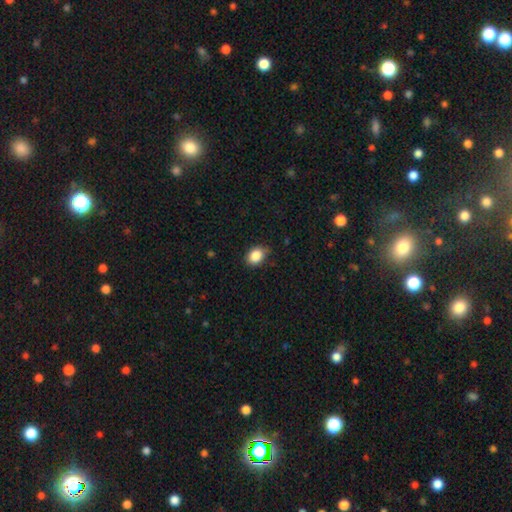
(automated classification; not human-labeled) Smooth or featured? smooth (87%)
How rounded? in between (66%)
Merging? none (77%)